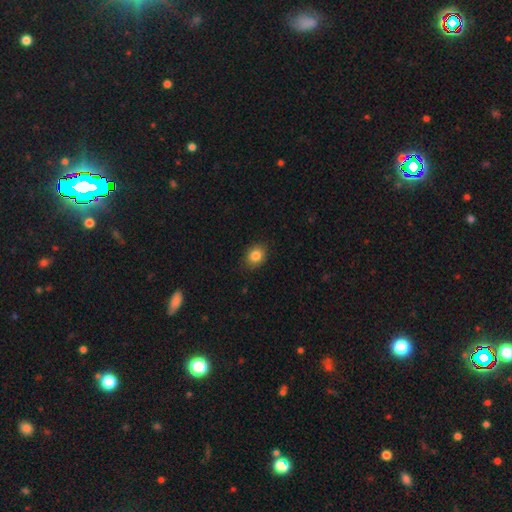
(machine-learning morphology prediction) smooth 84%, star or artifact 10%, featured or disk 6%. Down the decision tree: how rounded — round (52%); merging — none (87%).